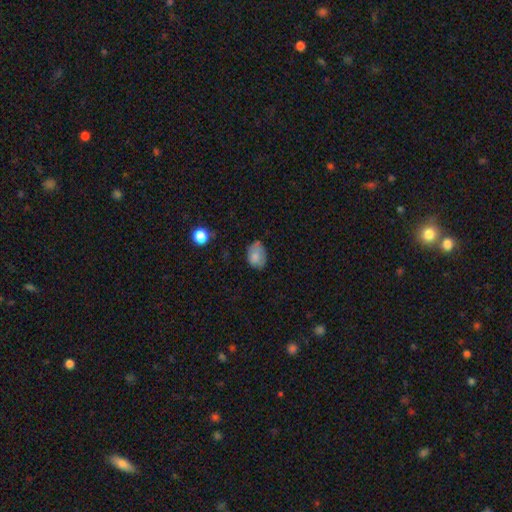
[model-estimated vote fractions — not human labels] smooth 79%, featured or disk 12%, star or artifact 9%. Down the decision tree: how rounded — in between (77%); merging — none (59%).